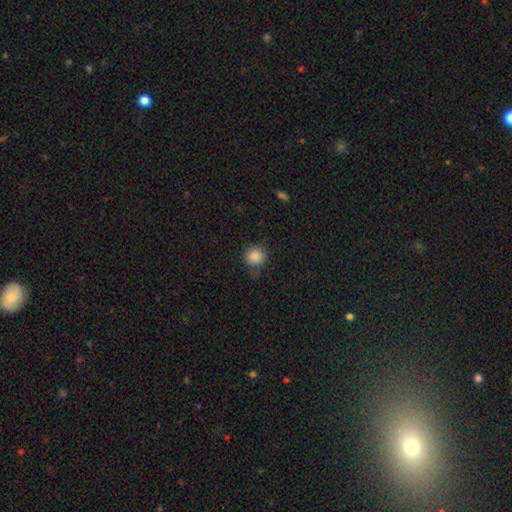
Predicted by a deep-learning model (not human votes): This is clearly a smooth galaxy (85%). How rounded: clearly round (88%). Merging: likely none (75%).